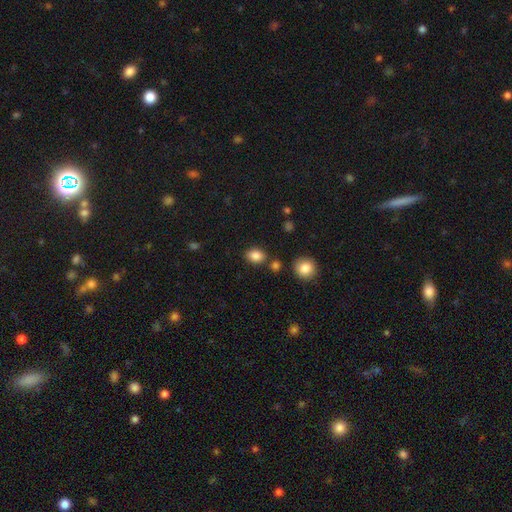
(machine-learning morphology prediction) smooth_or_featured: smooth (p=0.85) [alt: star or artifact p=0.10]
how_rounded: in between (p=0.62) [alt: round p=0.37]
merging: none (p=0.79) [alt: minor disturbance p=0.11]